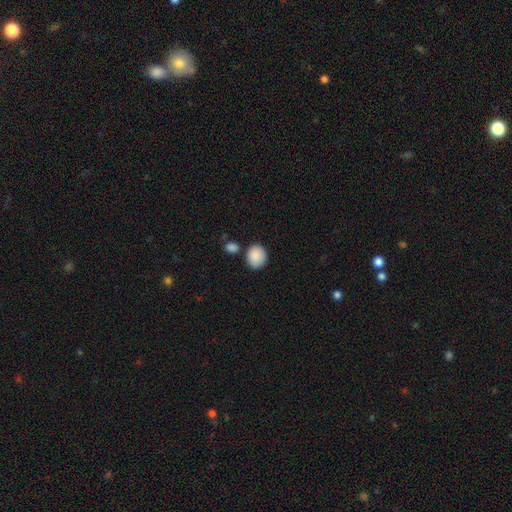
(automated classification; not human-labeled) smooth 89%, star or artifact 7%, featured or disk 4%. Down the decision tree: how rounded — round (73%); merging — none (76%).